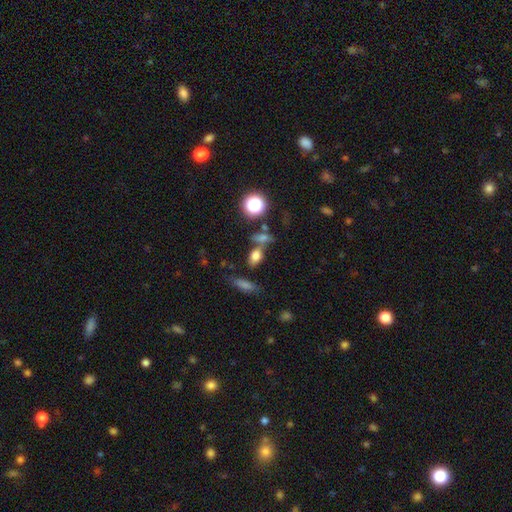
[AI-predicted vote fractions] Overall: smooth (71%). How rounded: in between (70%). Merging: none (55%; merger 28%).